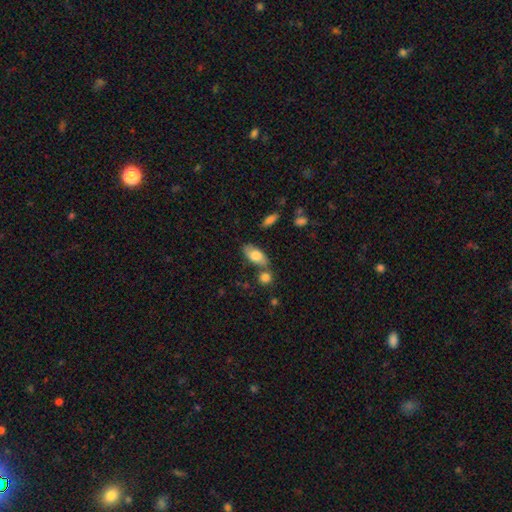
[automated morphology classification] Smooth or featured?
  - smooth: 74% *
  - featured or disk: 20%
  - star or artifact: 6%
How rounded?
  - in between: 87% *
  - cigar-shaped: 8%
  - round: 5%
Merging?
  - none: 66% *
  - merger: 15%
  - minor disturbance: 15%
  - major disturbance: 4%